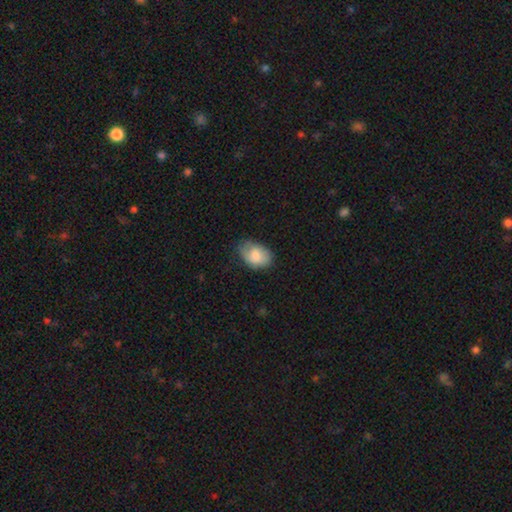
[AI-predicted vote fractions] A smooth galaxy with no disk features (81%) that is in between round and cigar-shaped (85%).

Vote fractions:
- Smooth or featured? smooth: 81% / featured or disk: 12% / star or artifact: 7%
- How rounded? in between: 85% / round: 14% / cigar-shaped: 1%
- Merging? none: 63% / minor disturbance: 29% / major disturbance: 6% / merger: 1%